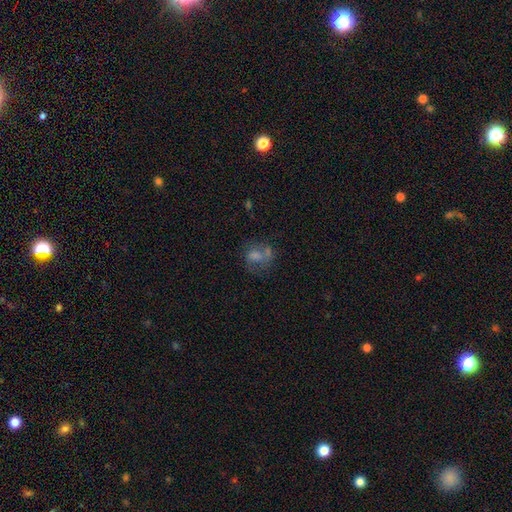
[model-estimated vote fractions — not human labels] Q: Smooth or featured?
A: smooth (45%); runner-up: featured or disk (35%)
Q: Merging?
A: none (41%); runner-up: merger (24%)